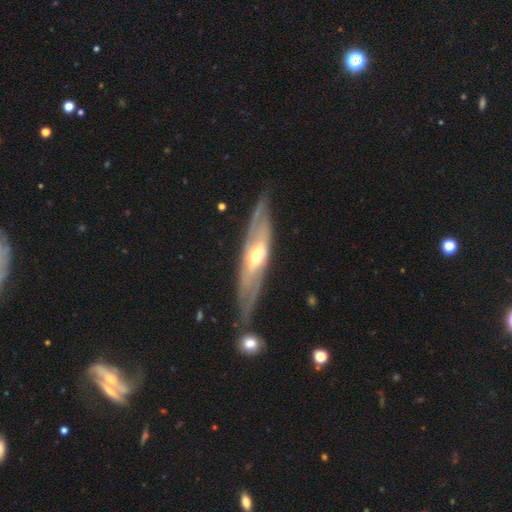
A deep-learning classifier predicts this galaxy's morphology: Smooth or featured? Predicted: featured or disk (p=0.80). Edge-on disk? Predicted: no (p=0.53). Merging? Predicted: none (p=0.75).